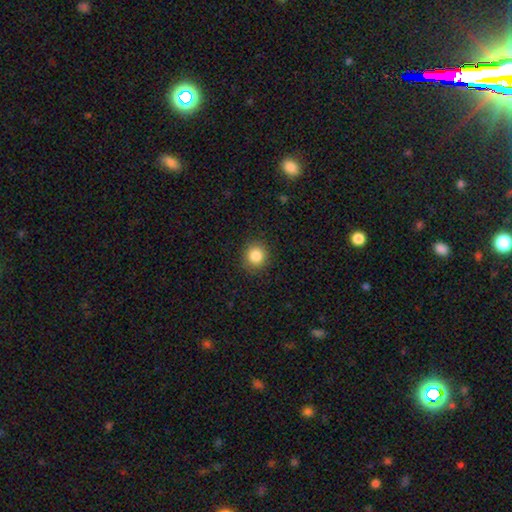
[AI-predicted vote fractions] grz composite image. It shows a smooth galaxy with no disk features (86%) that is round (89%). Merging: none (90%).